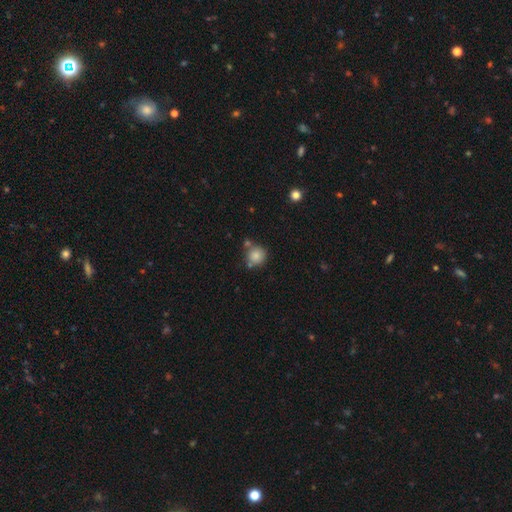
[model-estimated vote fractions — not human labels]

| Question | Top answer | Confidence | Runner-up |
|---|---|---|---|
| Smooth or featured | smooth | 84% | star or artifact (10%) |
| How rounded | round | 90% | in between (9%) |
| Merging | none | 64% | merger (17%) |